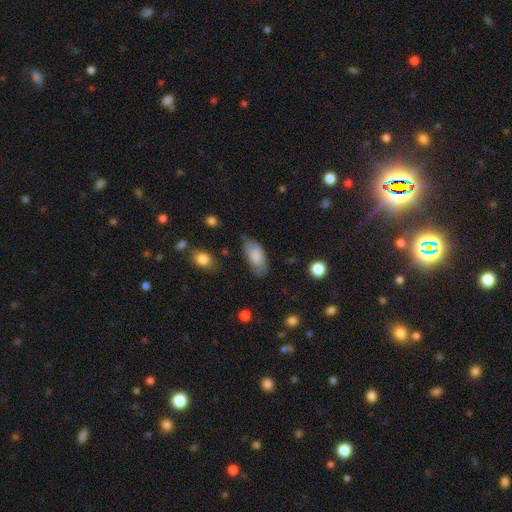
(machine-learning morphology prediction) The model was most divided on "merging": none: 67%, minor disturbance: 25%, major disturbance: 6%, merger: 2%. More confident: how rounded — in between (90%); smooth or featured — smooth (79%).